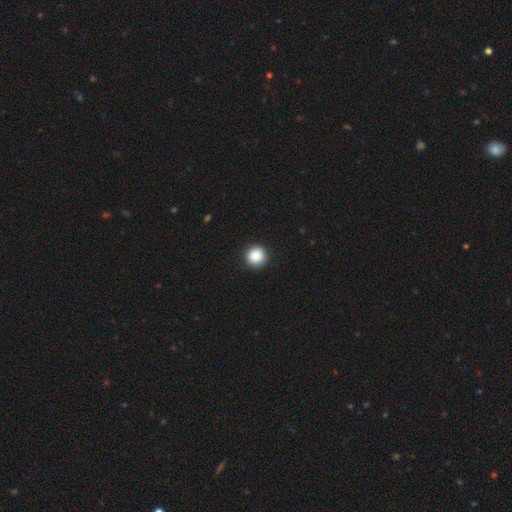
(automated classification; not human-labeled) Smooth or featured: smooth — 87% (star or artifact — 9%)
How rounded: round — 95% (in between — 4%)
Merging: none — 92% (minor disturbance — 5%)